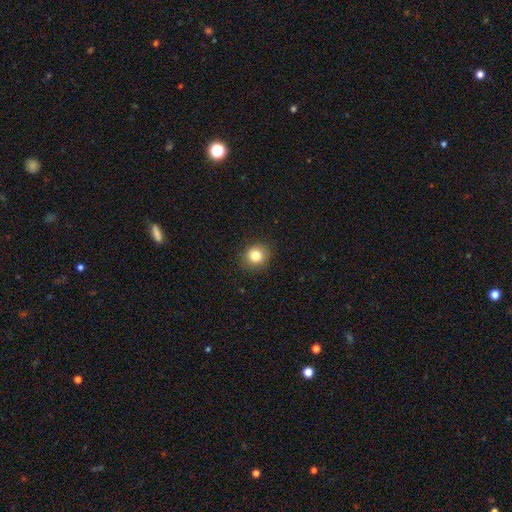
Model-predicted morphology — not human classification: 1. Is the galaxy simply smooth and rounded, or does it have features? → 82% smooth, 11% star or artifact, 6% featured or disk.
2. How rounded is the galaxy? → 86% round, 13% in between, 1% cigar-shaped.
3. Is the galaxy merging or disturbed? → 90% none, 7% minor disturbance, 2% major disturbance, 1% merger.